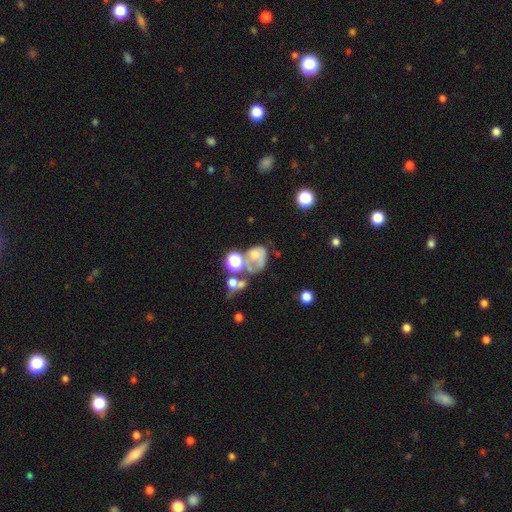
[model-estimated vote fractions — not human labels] This is marginally a smooth galaxy (43%). Merging: marginally merger (35%).